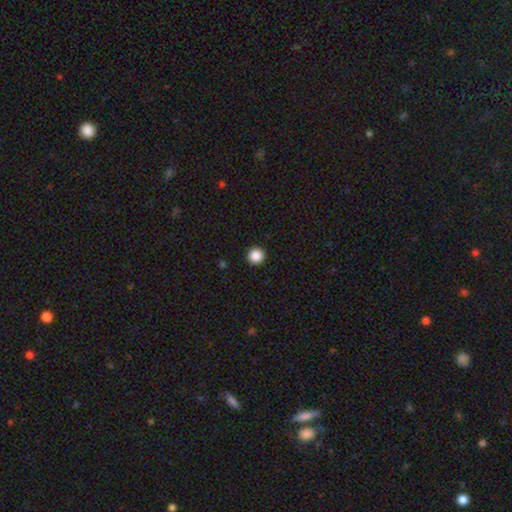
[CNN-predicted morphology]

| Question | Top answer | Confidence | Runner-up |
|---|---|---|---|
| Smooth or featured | smooth | 87% | star or artifact (10%) |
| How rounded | round | 96% | in between (3%) |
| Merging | none | 94% | minor disturbance (4%) |